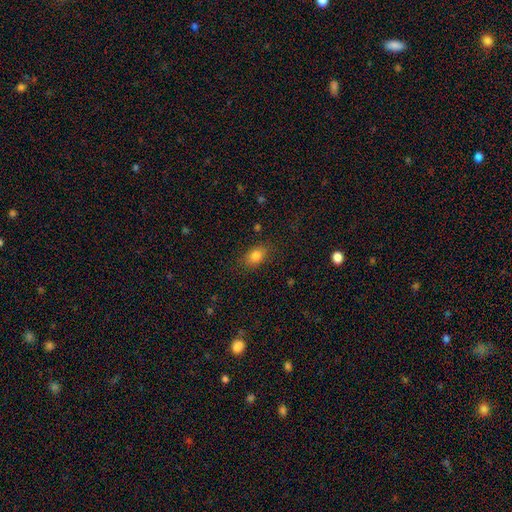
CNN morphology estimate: Smooth or featured?
  - smooth: 81% *
  - star or artifact: 10%
  - featured or disk: 8%
How rounded?
  - in between: 81% *
  - round: 17%
  - cigar-shaped: 2%
Merging?
  - none: 83% *
  - minor disturbance: 12%
  - major disturbance: 4%
  - merger: 1%